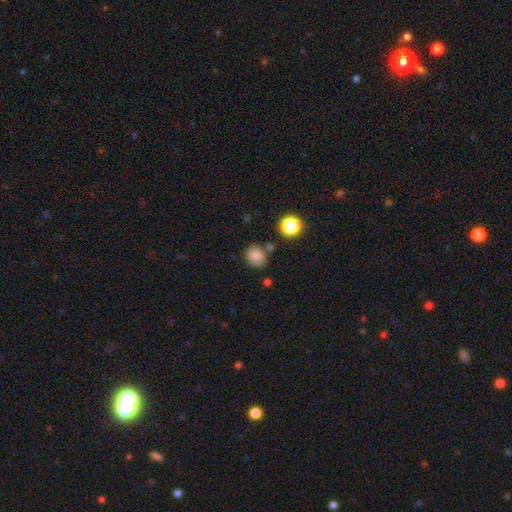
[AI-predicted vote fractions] smooth_or_featured: smooth (p=0.83) [alt: star or artifact p=0.12]
how_rounded: round (p=0.61) [alt: in between p=0.38]
merging: none (p=0.69) [alt: minor disturbance p=0.16]